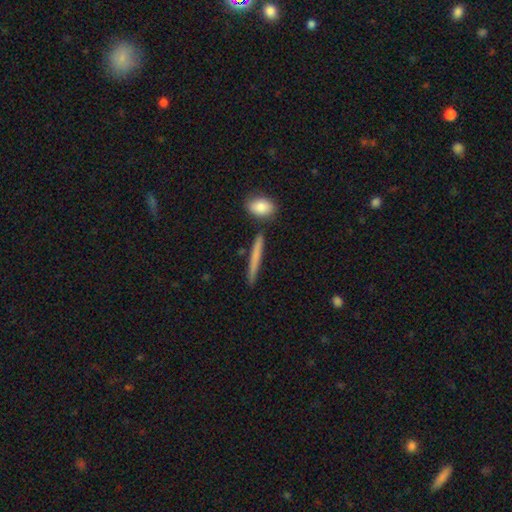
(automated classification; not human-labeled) Morphology: type=smooth (67%); roundness=cigar-shaped (93%); merging=none (83%).